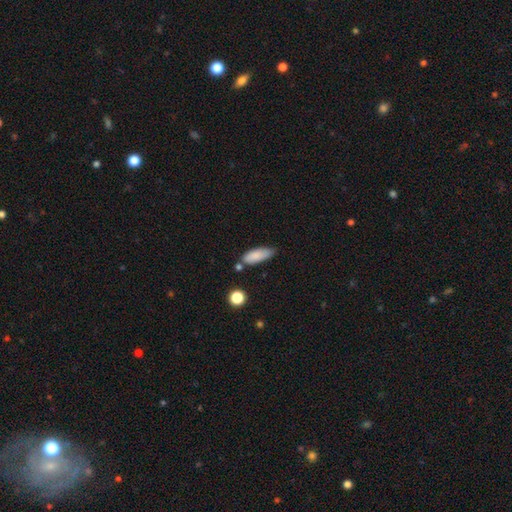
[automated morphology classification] A smooth galaxy with no disk features (84%) that is in between round and cigar-shaped (70%).

Vote fractions:
- Smooth or featured? smooth: 84% / featured or disk: 9% / star or artifact: 7%
- How rounded? in between: 70% / cigar-shaped: 28% / round: 2%
- Merging? none: 64% / minor disturbance: 24% / merger: 8% / major disturbance: 4%